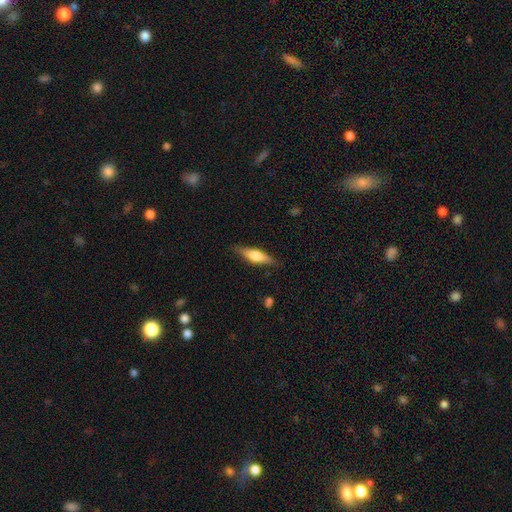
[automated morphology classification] Smooth or featured?
  - smooth: 55% *
  - featured or disk: 39%
  - star or artifact: 6%
How rounded?
  - cigar-shaped: 59% *
  - in between: 39%
  - round: 2%
Merging?
  - none: 85% *
  - minor disturbance: 12%
  - major disturbance: 2%
  - merger: 1%